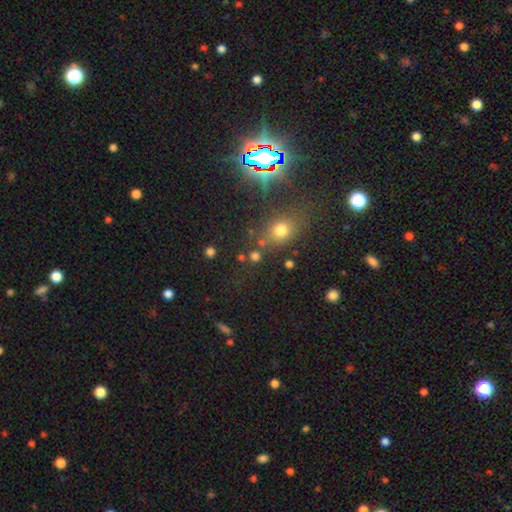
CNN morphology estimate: smooth_or_featured: smooth (p=0.51) [alt: star or artifact p=0.40]
how_rounded: round (p=0.61) [alt: in between p=0.36]
merging: none (p=0.77) [alt: minor disturbance p=0.11]